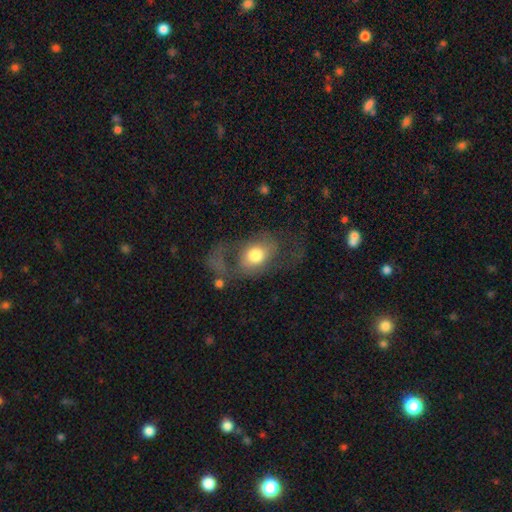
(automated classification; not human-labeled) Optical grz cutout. It shows a featured or disk galaxy (50%). Merging: major disturbance (41%).